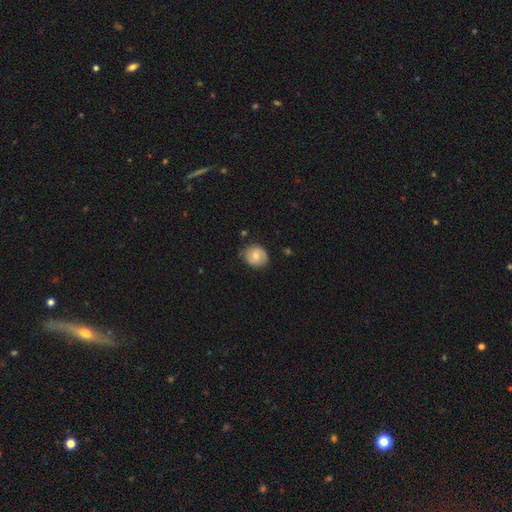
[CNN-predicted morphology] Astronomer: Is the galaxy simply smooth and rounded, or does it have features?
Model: smooth — 60%.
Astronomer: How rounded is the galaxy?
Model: round — 75%.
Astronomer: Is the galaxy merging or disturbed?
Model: none — 77%.